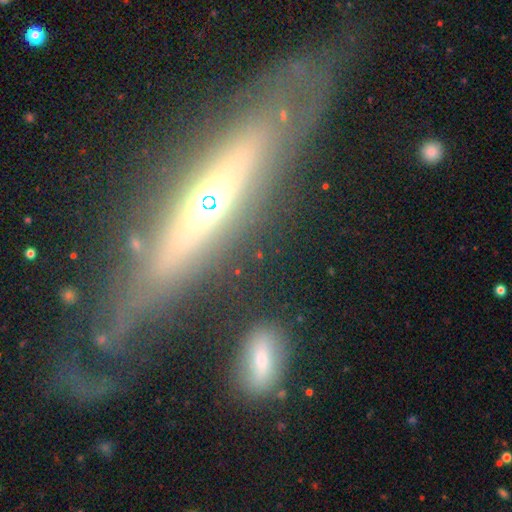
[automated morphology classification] Smooth or featured?
  - featured or disk: 73% *
  - smooth: 20%
  - star or artifact: 8%
Edge-on disk?
  - yes: 66% *
  - no: 34%
Merging?
  - none: 62% *
  - minor disturbance: 19%
  - major disturbance: 14%
  - merger: 5%